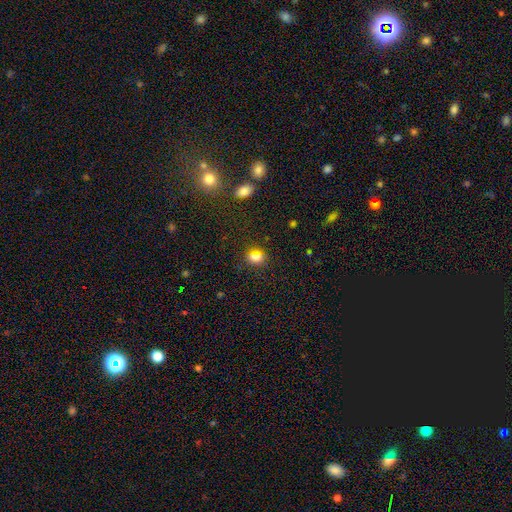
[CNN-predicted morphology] Q: Smooth or featured?
A: smooth (76%); runner-up: star or artifact (16%)
Q: How rounded?
A: round (51%); runner-up: in between (47%)
Q: Merging?
A: none (81%); runner-up: minor disturbance (12%)